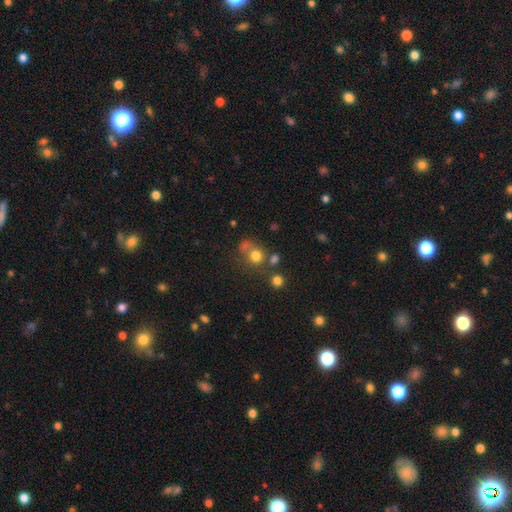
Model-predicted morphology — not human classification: type=smooth (73%); roundness=round (81%); merging=none (53%).